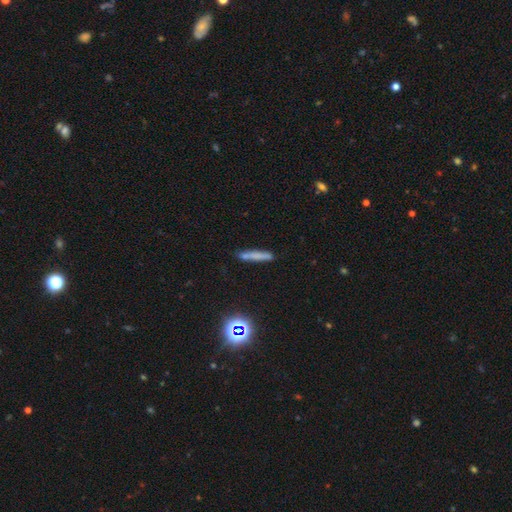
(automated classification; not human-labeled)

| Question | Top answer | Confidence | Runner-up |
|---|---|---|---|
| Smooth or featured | smooth | 69% | featured or disk (19%) |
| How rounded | cigar-shaped | 93% | in between (5%) |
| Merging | none | 82% | minor disturbance (12%) |